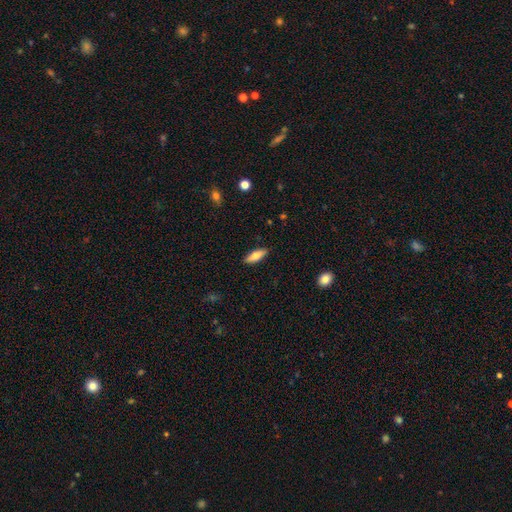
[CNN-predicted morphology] Overall: smooth (73%). How rounded: in between (56%; cigar-shaped 41%). Merging: none (89%).